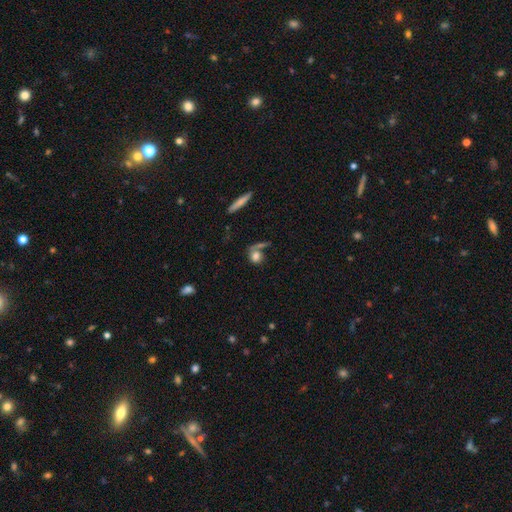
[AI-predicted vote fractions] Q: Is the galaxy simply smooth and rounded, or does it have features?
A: smooth — 70%.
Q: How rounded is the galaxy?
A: round — 64%.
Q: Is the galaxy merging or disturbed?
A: none — 42%.